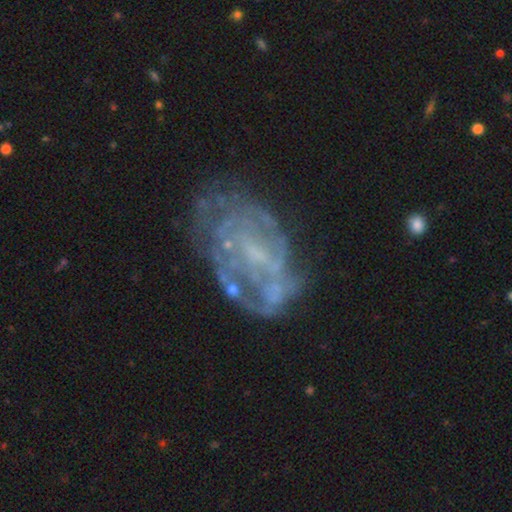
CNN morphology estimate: smooth_or_featured: featured or disk (p=0.77) [alt: smooth p=0.13]
disk_edge_on: no (p=0.97) [alt: yes p=0.03]
bar: no (p=0.56) [alt: weak p=0.34]
has_spiral_arms: yes (p=0.58) [alt: no p=0.42]
bulge_size: small (p=0.48) [alt: none p=0.36]
merging: none (p=0.55) [alt: minor disturbance p=0.21]